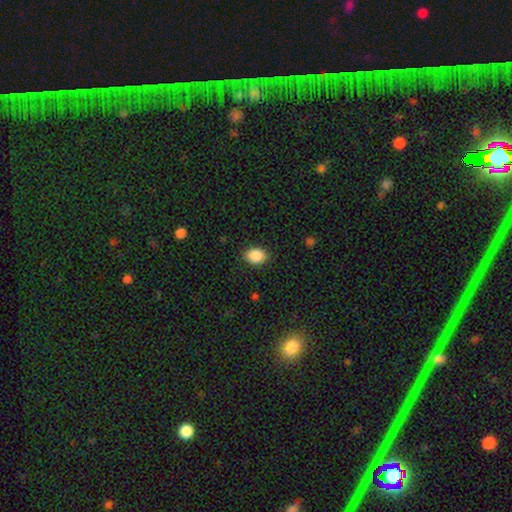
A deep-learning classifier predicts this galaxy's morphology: smooth_or_featured: smooth (p=0.88) [alt: star or artifact p=0.08]
how_rounded: in between (p=0.70) [alt: round p=0.29]
merging: none (p=0.87) [alt: minor disturbance p=0.09]